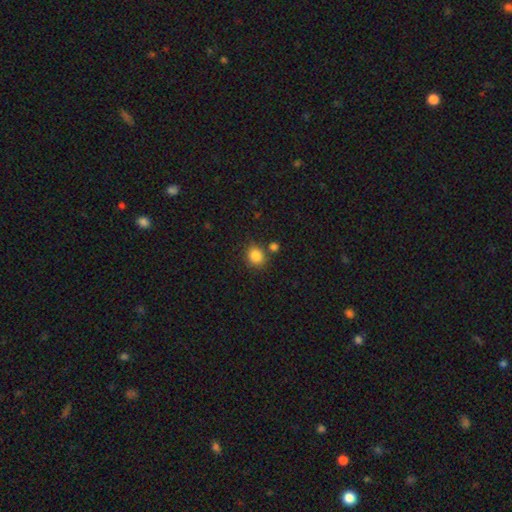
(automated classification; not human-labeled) smooth-or-featured: smooth: 85% | star or artifact: 10% | featured or disk: 5%
  how-rounded: round: 72% | in between: 27% | cigar-shaped: 1%
  merging: none: 73% | minor disturbance: 12% | merger: 11% | major disturbance: 4%